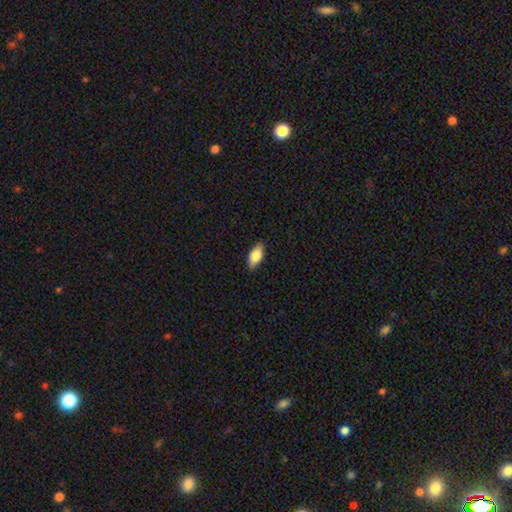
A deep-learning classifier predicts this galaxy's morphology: Smooth or featured? Predicted: smooth (p=0.79). How rounded? Predicted: in between (p=0.88). Merging? Predicted: none (p=0.87).